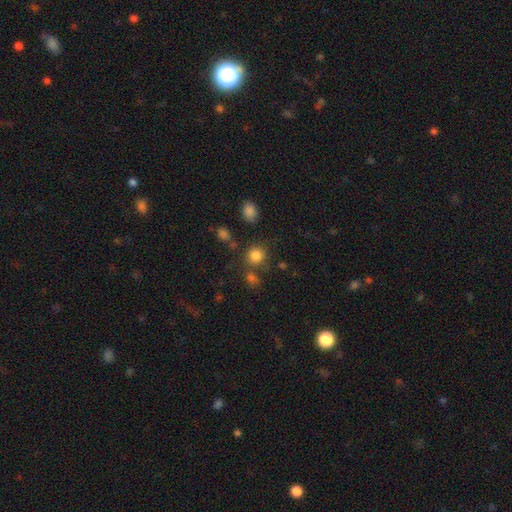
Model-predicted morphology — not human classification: Q: Smooth or featured?
A: smooth (82%); runner-up: star or artifact (13%)
Q: How rounded?
A: round (87%); runner-up: in between (12%)
Q: Merging?
A: none (74%); runner-up: merger (11%)